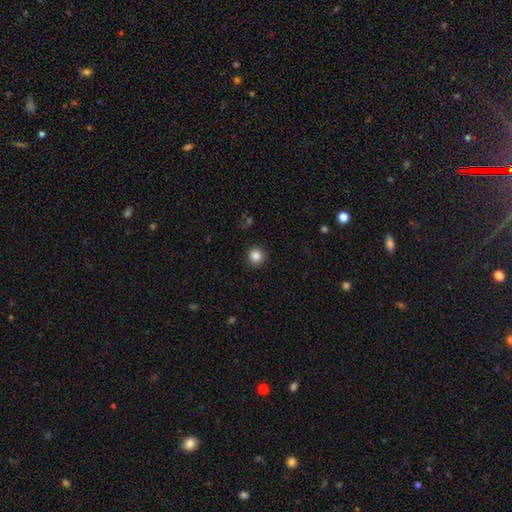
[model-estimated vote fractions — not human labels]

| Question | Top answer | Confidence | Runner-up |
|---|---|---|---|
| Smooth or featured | smooth | 86% | star or artifact (11%) |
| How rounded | round | 95% | in between (4%) |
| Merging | none | 92% | minor disturbance (5%) |